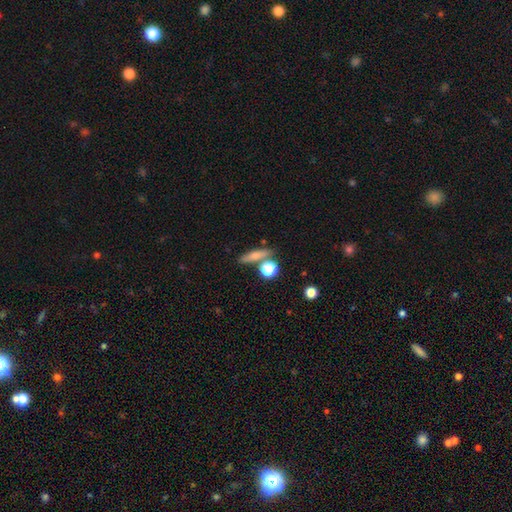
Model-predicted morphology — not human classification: The model was most divided on "how rounded": cigar-shaped: 58%, in between: 22%, round: 20%. More confident: merging — none (70%); smooth or featured — smooth (64%).